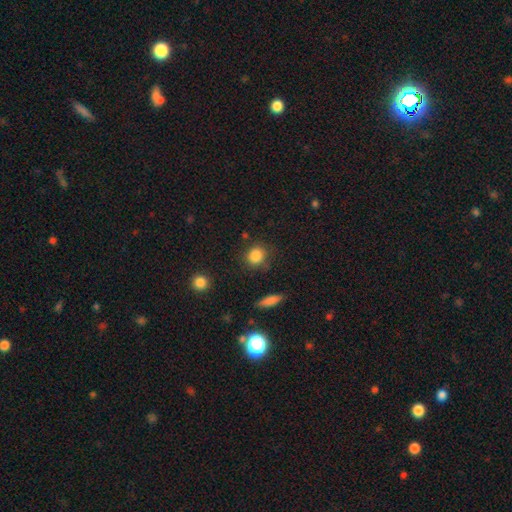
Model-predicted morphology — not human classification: Smooth or featured: smooth — 85% (star or artifact — 10%)
How rounded: round — 78% (in between — 20%)
Merging: none — 81% (minor disturbance — 12%)